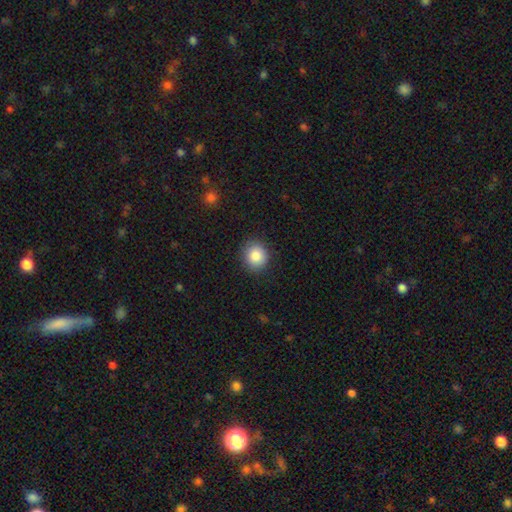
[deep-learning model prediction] This appears to be a smooth galaxy with no disk features (86%) that is round (82%). Merging: none (87%).